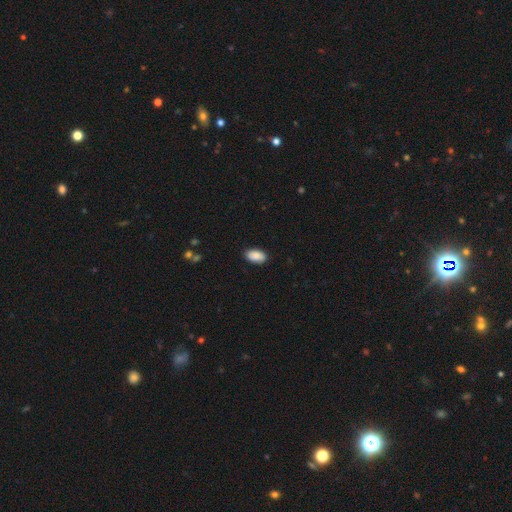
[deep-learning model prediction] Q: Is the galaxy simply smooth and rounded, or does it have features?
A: smooth — 89%.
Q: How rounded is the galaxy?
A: in between — 94%.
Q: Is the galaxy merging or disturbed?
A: none — 87%.